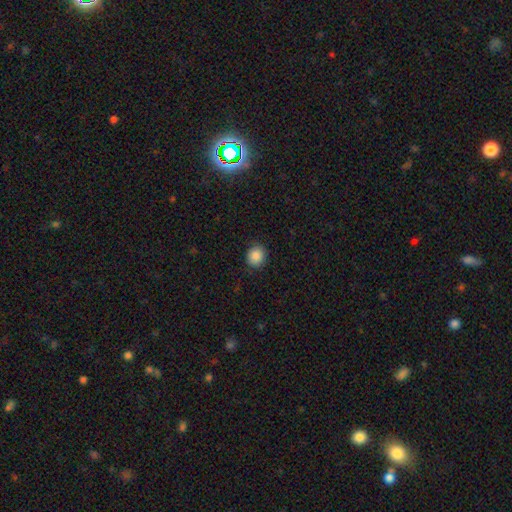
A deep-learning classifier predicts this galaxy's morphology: A smooth galaxy with no disk features (88%) that is round (83%).

Vote fractions:
- Smooth or featured? smooth: 88% / star or artifact: 9% / featured or disk: 4%
- How rounded? round: 83% / in between: 16% / cigar-shaped: 1%
- Merging? none: 88% / minor disturbance: 9% / major disturbance: 2% / merger: 1%